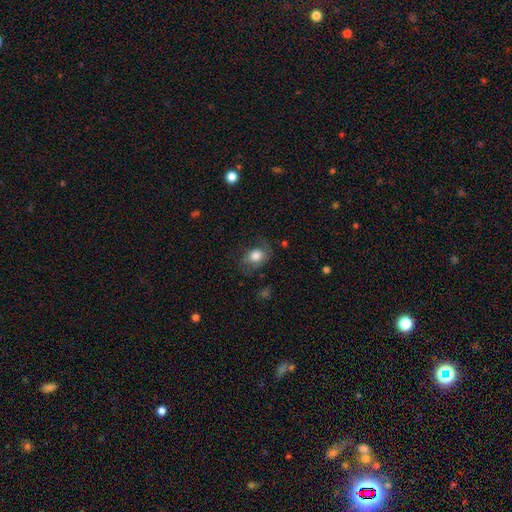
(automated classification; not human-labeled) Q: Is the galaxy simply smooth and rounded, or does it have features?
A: smooth — 74%.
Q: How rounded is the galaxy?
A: in between — 61%.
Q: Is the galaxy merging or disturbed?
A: none — 55%.